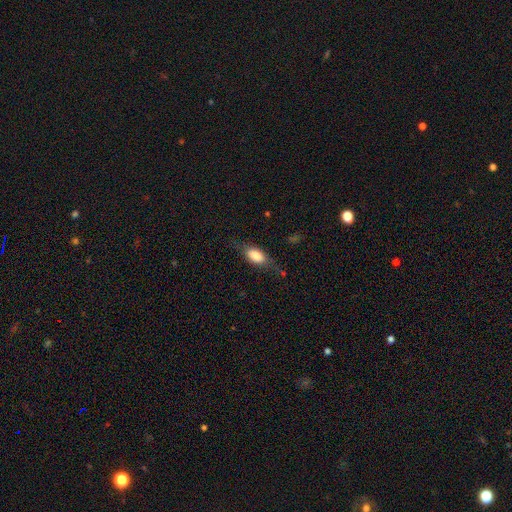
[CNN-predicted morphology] A smooth galaxy with no disk features (71%) that is in between round and cigar-shaped (80%). Merging: none (64%).